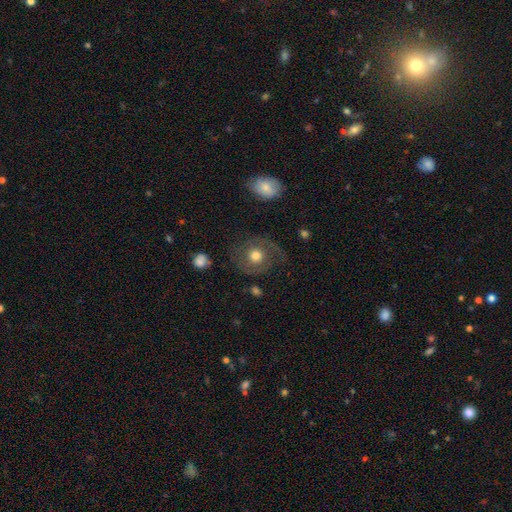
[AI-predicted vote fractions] A featured or disk galaxy (54%) with no bar (85%), spiral arms (69%) and a moderate central bulge (68%).

Vote fractions:
- Smooth or featured? featured or disk: 54% / smooth: 38% / star or artifact: 8%
- Edge-on disk? no: 97% / yes: 3%
- Bar? no: 85% / weak: 12% / strong: 3%
- Spiral arms? yes: 69% / no: 31%
- Bulge size? moderate: 68% / large: 18% / small: 11% / dominant: 2% / none: 1%
- Merging? none: 70% / minor disturbance: 15% / major disturbance: 13% / merger: 2%